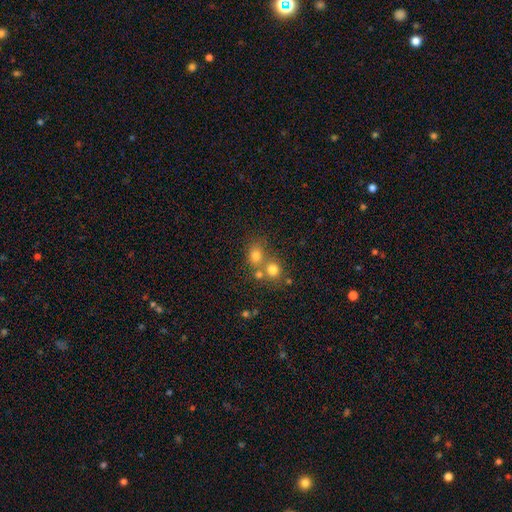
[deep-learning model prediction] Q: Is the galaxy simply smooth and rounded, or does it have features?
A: smooth — 73%.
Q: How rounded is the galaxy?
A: round — 74%.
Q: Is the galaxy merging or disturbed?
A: none — 45%.